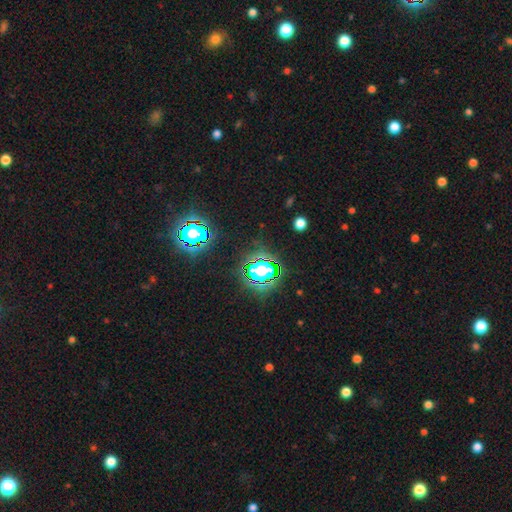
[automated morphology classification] Q: Smooth or featured?
A: star or artifact (82%); runner-up: smooth (11%)